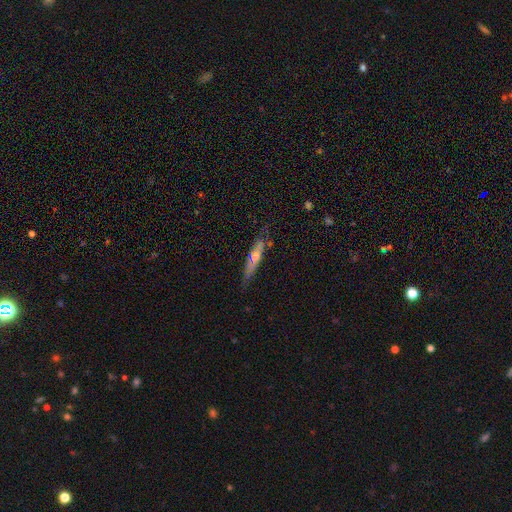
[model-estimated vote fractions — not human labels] Morphology: type=featured or disk (50%); merging=none (67%).